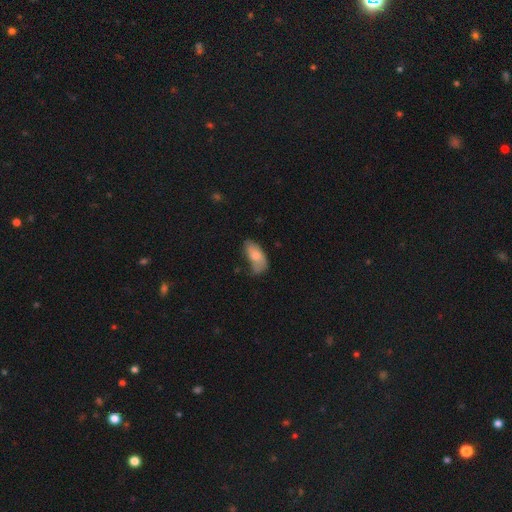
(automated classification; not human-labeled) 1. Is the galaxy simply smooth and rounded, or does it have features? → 75% smooth, 18% featured or disk, 7% star or artifact.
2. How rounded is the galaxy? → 91% in between, 6% cigar-shaped, 3% round.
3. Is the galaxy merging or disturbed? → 39% none, 36% minor disturbance, 18% major disturbance, 6% merger.